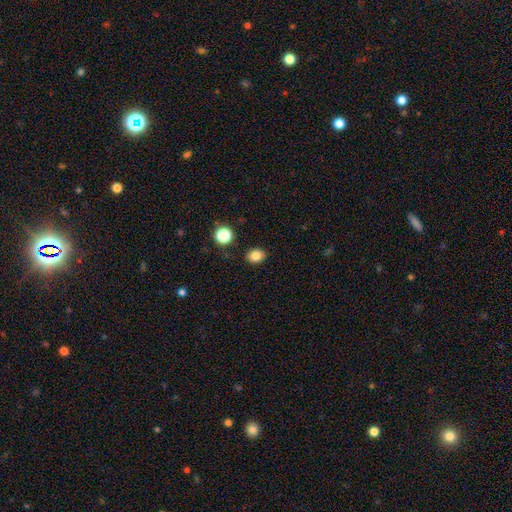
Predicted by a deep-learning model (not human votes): A smooth galaxy with no disk features (83%) that is in between round and cigar-shaped (50%).

Vote fractions:
- Smooth or featured? smooth: 83% / star or artifact: 11% / featured or disk: 6%
- How rounded? in between: 50% / round: 49% / cigar-shaped: 1%
- Merging? none: 88% / minor disturbance: 8% / major disturbance: 2% / merger: 2%